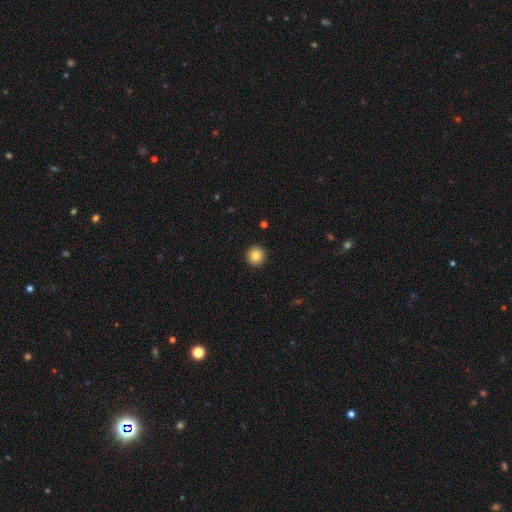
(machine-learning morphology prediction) Q: Smooth or featured?
A: smooth (85%); runner-up: star or artifact (10%)
Q: How rounded?
A: round (95%); runner-up: in between (4%)
Q: Merging?
A: none (93%); runner-up: minor disturbance (5%)